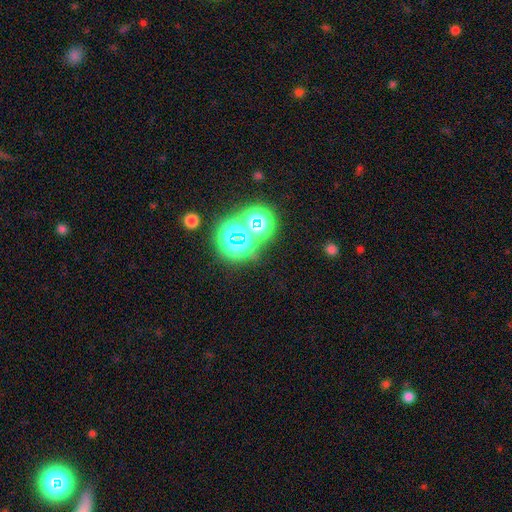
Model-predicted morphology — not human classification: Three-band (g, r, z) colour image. It shows a star or artifact, not a galaxy (69%).